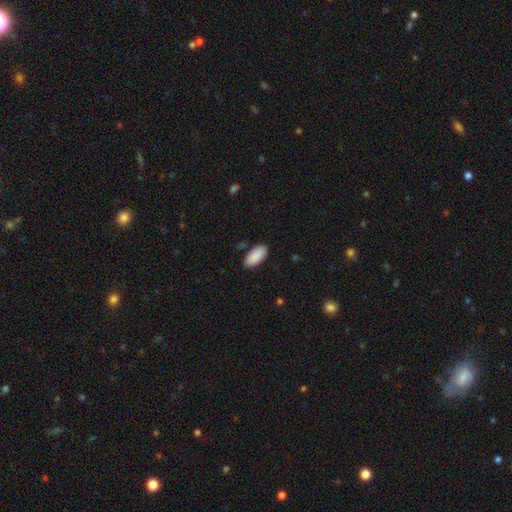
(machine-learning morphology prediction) Smooth or featured: smooth — 91% (star or artifact — 6%)
How rounded: in between — 92% (cigar-shaped — 6%)
Merging: none — 87% (minor disturbance — 9%)